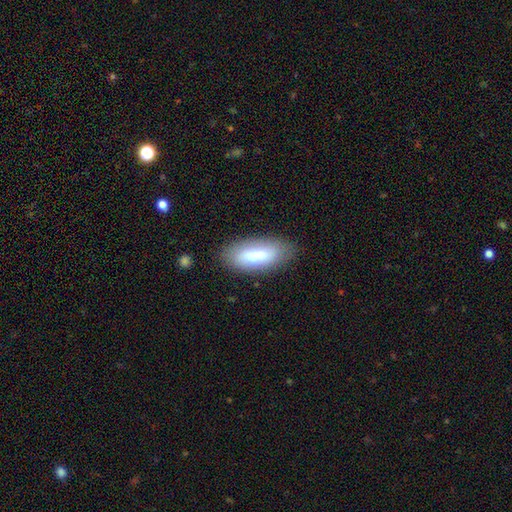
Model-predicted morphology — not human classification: smooth 72%, featured or disk 21%, star or artifact 8%. Down the decision tree: how rounded — in between (77%); merging — none (78%).